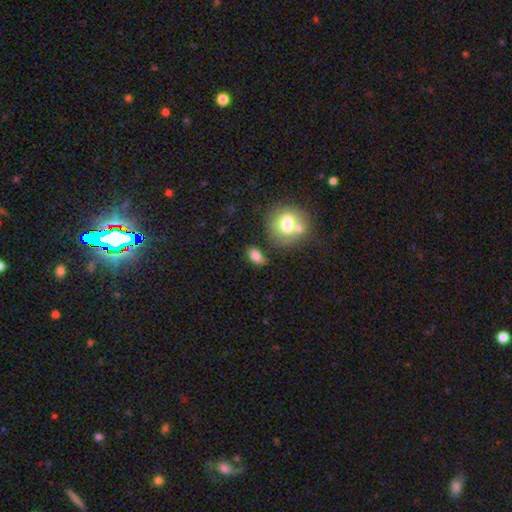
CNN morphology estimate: Smooth or featured? smooth (81%)
How rounded? in between (82%)
Merging? none (63%)